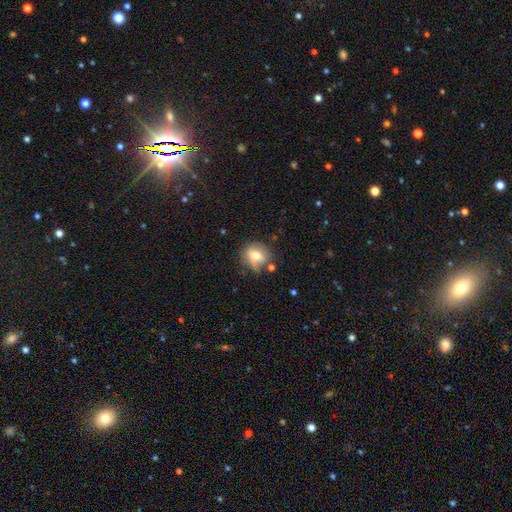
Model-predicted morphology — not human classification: smooth_or_featured: smooth (p=0.64) [alt: featured or disk p=0.25]
how_rounded: round (p=0.72) [alt: in between p=0.26]
merging: none (p=0.62) [alt: minor disturbance p=0.22]